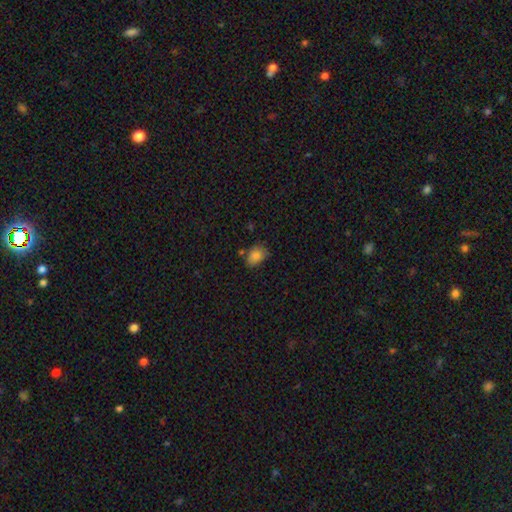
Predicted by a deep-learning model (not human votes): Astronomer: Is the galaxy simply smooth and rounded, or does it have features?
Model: smooth — 83%.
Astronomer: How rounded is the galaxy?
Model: in between — 73%.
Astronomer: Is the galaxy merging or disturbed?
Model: none — 63%.